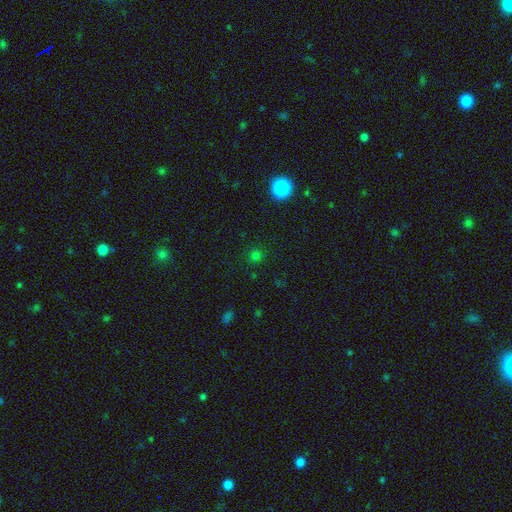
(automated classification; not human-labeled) The model was most divided on "smooth or featured": smooth: 68%, star or artifact: 27%, featured or disk: 5%. More confident: how rounded — round (91%); merging — none (86%).